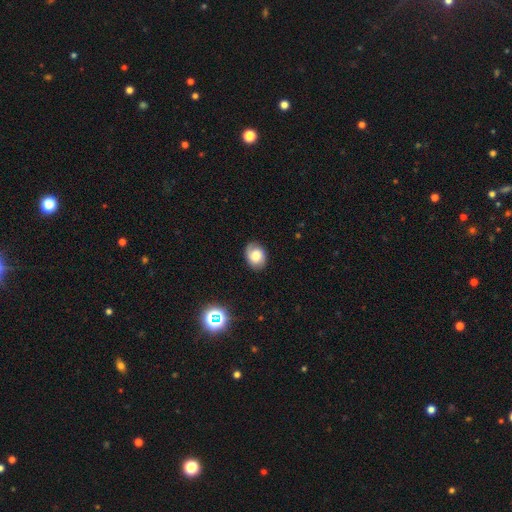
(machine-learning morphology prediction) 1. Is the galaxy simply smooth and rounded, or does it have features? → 64% smooth, 26% featured or disk, 10% star or artifact.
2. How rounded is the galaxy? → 65% in between, 34% round, 1% cigar-shaped.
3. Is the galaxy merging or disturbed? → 77% none, 18% minor disturbance, 4% major disturbance, 1% merger.